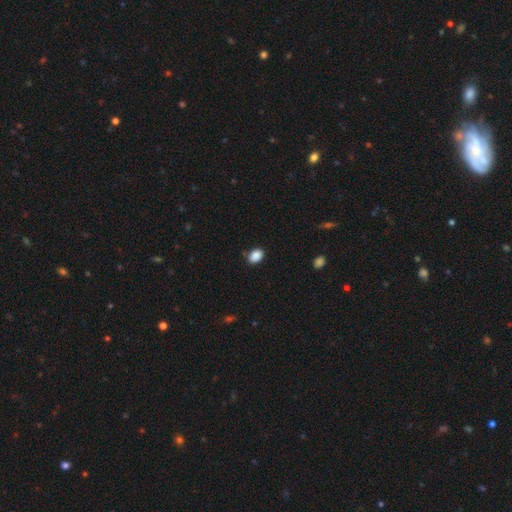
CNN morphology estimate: Smooth or featured?
  - smooth: 88% *
  - star or artifact: 8%
  - featured or disk: 3%
How rounded?
  - in between: 76% *
  - round: 23%
  - cigar-shaped: 1%
Merging?
  - none: 80% *
  - minor disturbance: 15%
  - major disturbance: 3%
  - merger: 2%